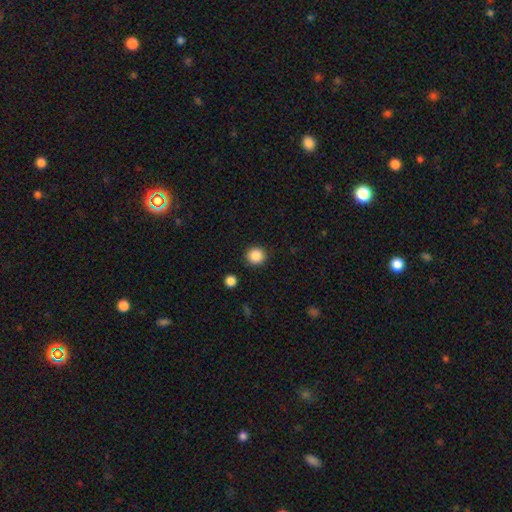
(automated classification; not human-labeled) Q: Smooth or featured?
A: smooth (87%); runner-up: star or artifact (10%)
Q: How rounded?
A: round (93%); runner-up: in between (6%)
Q: Merging?
A: none (91%); runner-up: minor disturbance (6%)